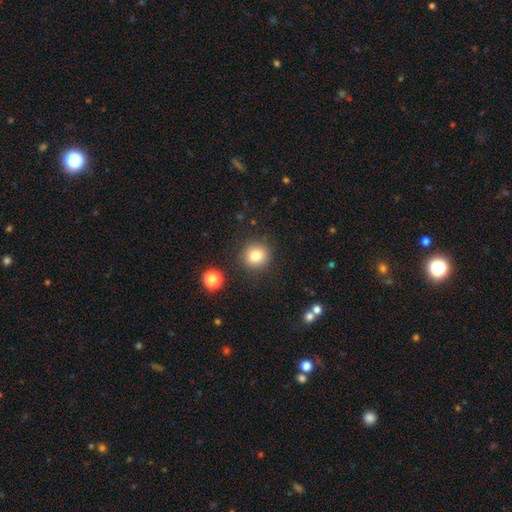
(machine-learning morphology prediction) This appears to be a smooth galaxy with no disk features (80%) that is round (89%). Merging: none (88%).